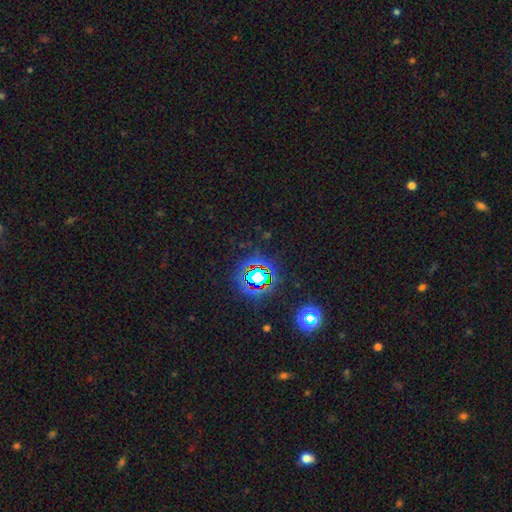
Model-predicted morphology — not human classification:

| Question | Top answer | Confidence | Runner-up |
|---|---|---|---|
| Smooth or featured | star or artifact | 77% | smooth (15%) |